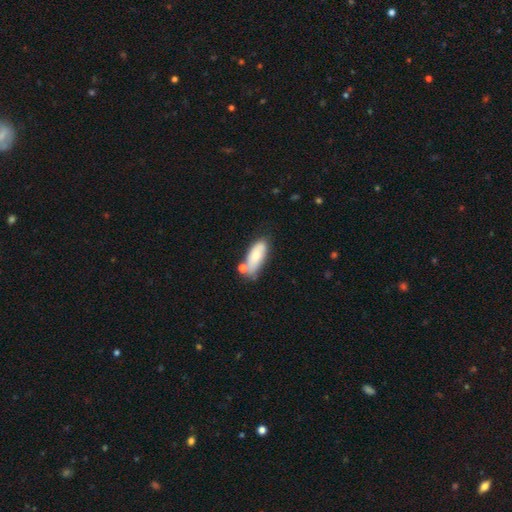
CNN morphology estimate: smooth_or_featured: smooth (p=0.72) [alt: featured or disk p=0.22]
how_rounded: in between (p=0.81) [alt: cigar-shaped p=0.17]
merging: none (p=0.55) [alt: minor disturbance p=0.22]